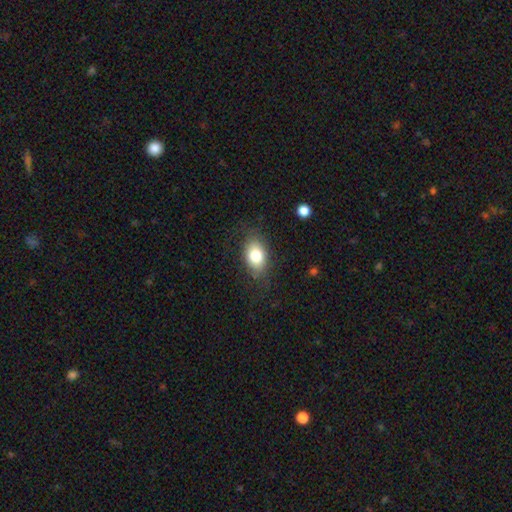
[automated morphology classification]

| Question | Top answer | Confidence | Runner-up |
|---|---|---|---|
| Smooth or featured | smooth | 78% | featured or disk (14%) |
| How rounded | in between | 83% | round (15%) |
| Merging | none | 77% | minor disturbance (15%) |